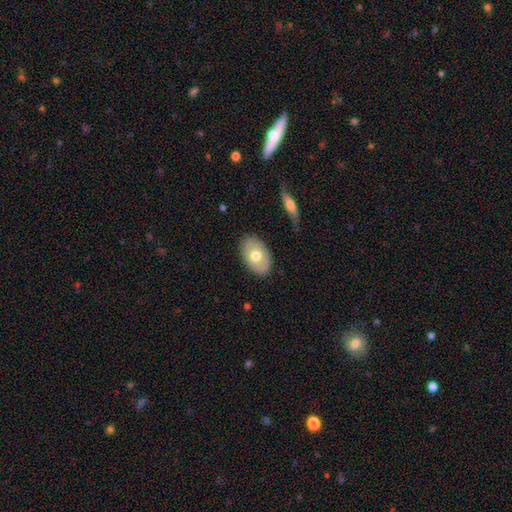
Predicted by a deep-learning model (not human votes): A smooth galaxy with no disk features (64%) that is in between round and cigar-shaped (88%). Merging: none (83%).